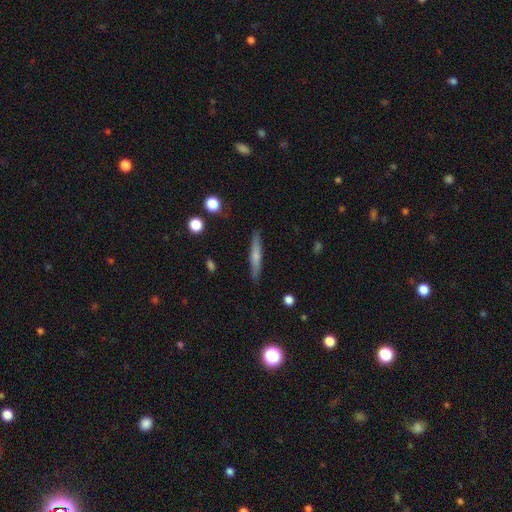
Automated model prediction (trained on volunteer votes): smooth 53%, featured or disk 41%, star or artifact 6%. Down the decision tree: how rounded — cigar-shaped (93%); merging — none (88%).